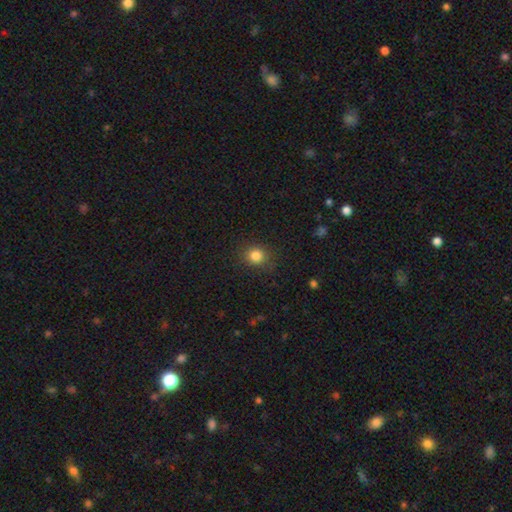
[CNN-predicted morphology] type=smooth (83%); roundness=round (81%); merging=none (86%).